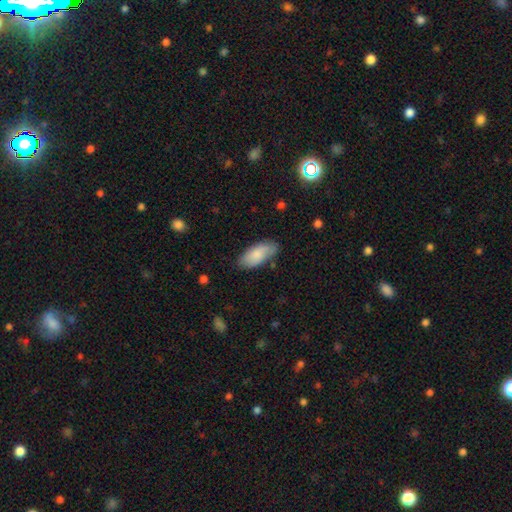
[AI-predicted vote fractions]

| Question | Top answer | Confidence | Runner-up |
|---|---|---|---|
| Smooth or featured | smooth | 82% | featured or disk (12%) |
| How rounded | in between | 88% | cigar-shaped (11%) |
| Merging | none | 79% | minor disturbance (17%) |